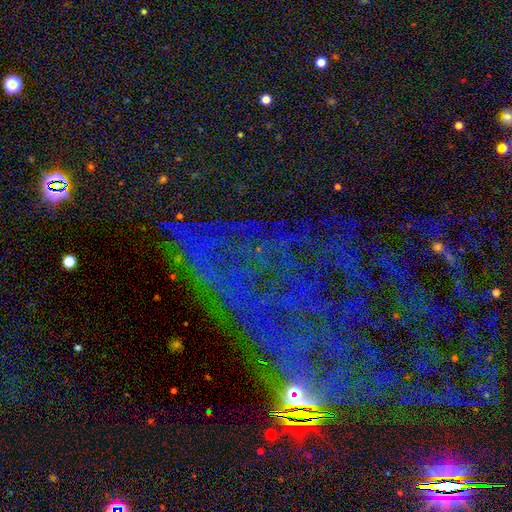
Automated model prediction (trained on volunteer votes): Smooth or featured: star or artifact — 79% (featured or disk — 11%)